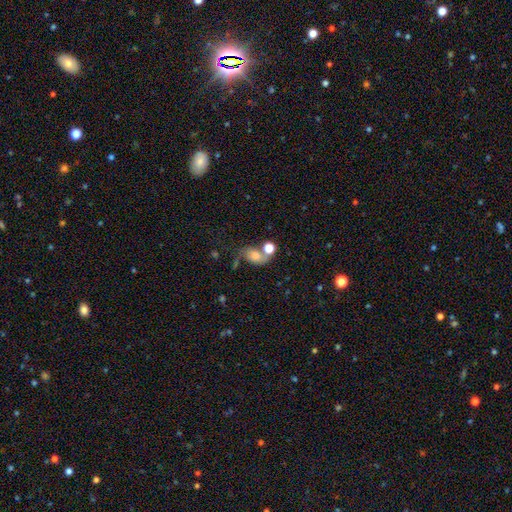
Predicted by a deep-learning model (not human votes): A smooth galaxy with no disk features (64%) that is in between round and cigar-shaped (74%).

Vote fractions:
- Smooth or featured? smooth: 64% / featured or disk: 24% / star or artifact: 13%
- How rounded? in between: 74% / round: 24% / cigar-shaped: 2%
- Merging? none: 34% / merger: 33% / minor disturbance: 19% / major disturbance: 15%